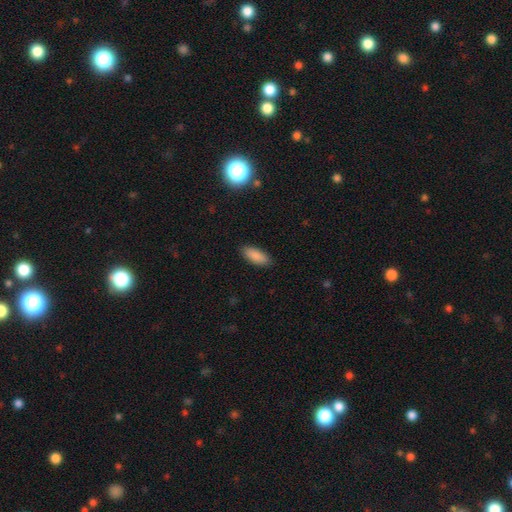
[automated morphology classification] Smooth or featured? smooth (89%)
How rounded? in between (79%)
Merging? none (88%)